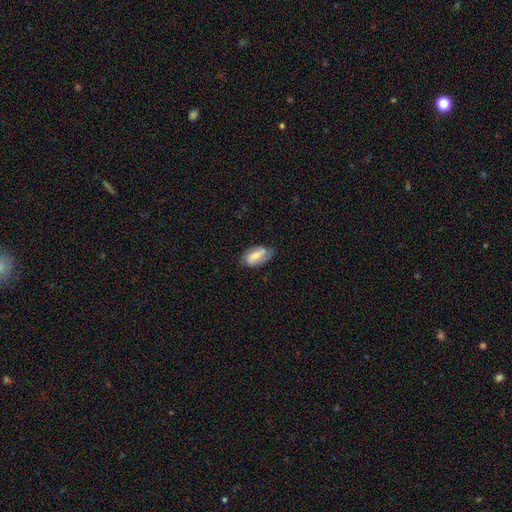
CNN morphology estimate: smooth_or_featured: smooth (p=0.53) [alt: featured or disk p=0.40]
how_rounded: in between (p=0.92) [alt: round p=0.04]
merging: none (p=0.69) [alt: minor disturbance p=0.24]